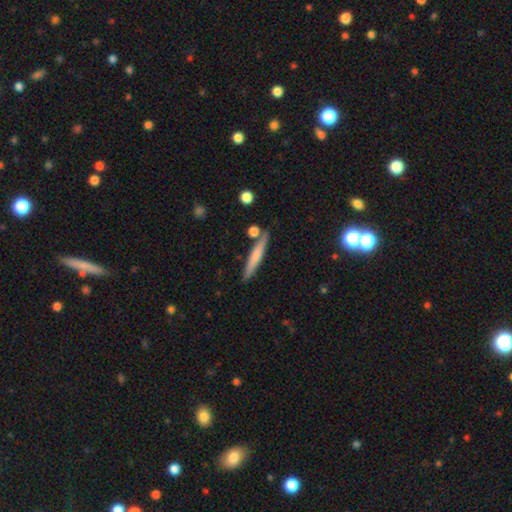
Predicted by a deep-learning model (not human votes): Overall: smooth (60%; featured or disk 34%). How rounded: cigar-shaped (93%). Merging: none (82%).